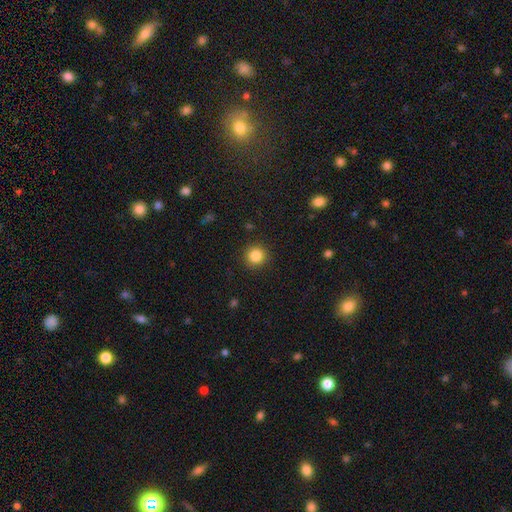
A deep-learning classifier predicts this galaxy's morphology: smooth 85%, star or artifact 10%, featured or disk 4%. Down the decision tree: how rounded — round (94%); merging — none (91%).